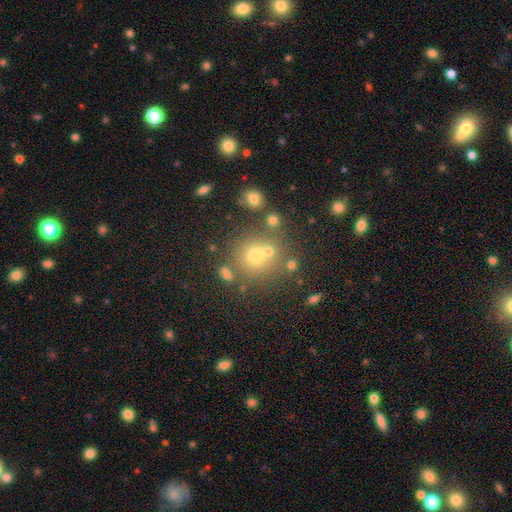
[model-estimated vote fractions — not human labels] A smooth galaxy with no disk features (63%) that is round (88%). Merging: none (65%).